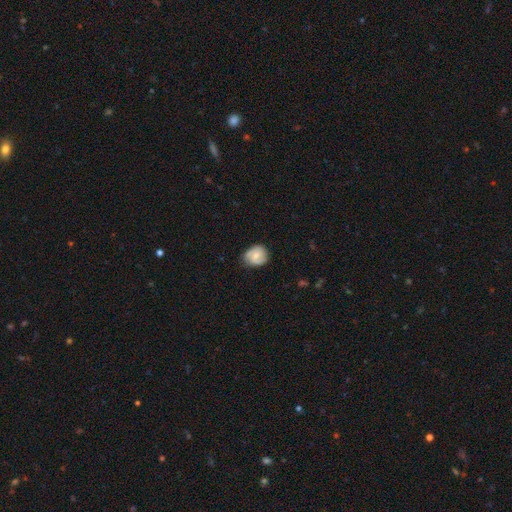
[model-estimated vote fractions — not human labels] Q: Smooth or featured?
A: smooth (54%); runner-up: featured or disk (39%)
Q: How rounded?
A: round (67%); runner-up: in between (32%)
Q: Merging?
A: none (62%); runner-up: minor disturbance (31%)